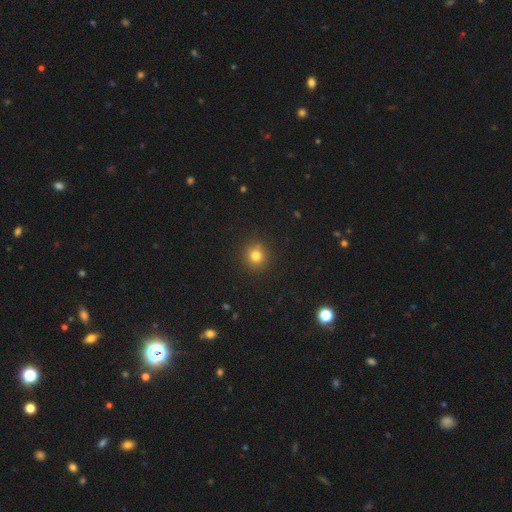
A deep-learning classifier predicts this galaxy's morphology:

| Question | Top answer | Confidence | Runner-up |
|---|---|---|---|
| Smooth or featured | smooth | 80% | star or artifact (14%) |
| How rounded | round | 91% | in between (8%) |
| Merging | none | 90% | minor disturbance (6%) |